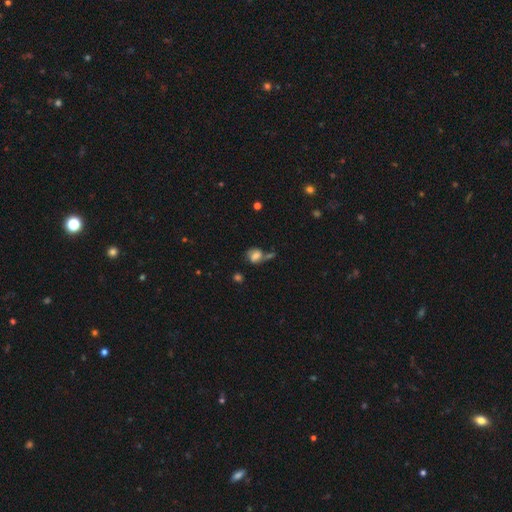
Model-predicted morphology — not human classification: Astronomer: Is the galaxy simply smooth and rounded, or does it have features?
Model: smooth — 57%.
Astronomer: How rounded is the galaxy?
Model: round — 51% (runner-up: in between, 48%).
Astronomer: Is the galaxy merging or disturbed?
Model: none — 41% (runner-up: merger, 24%).